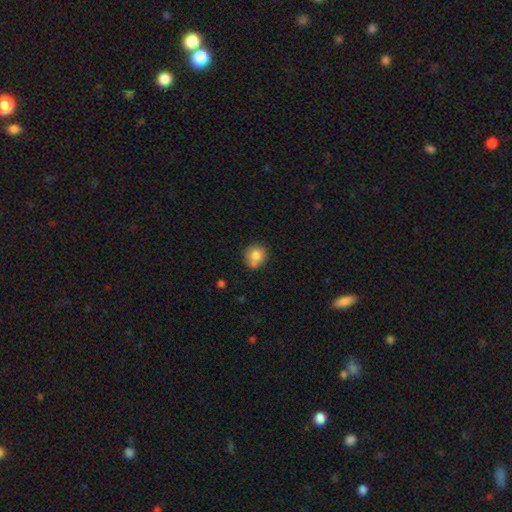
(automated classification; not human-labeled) Smooth or featured?
  - smooth: 79% *
  - featured or disk: 11%
  - star or artifact: 10%
How rounded?
  - round: 88% *
  - in between: 11%
  - cigar-shaped: 1%
Merging?
  - none: 65% *
  - merger: 18%
  - minor disturbance: 14%
  - major disturbance: 3%